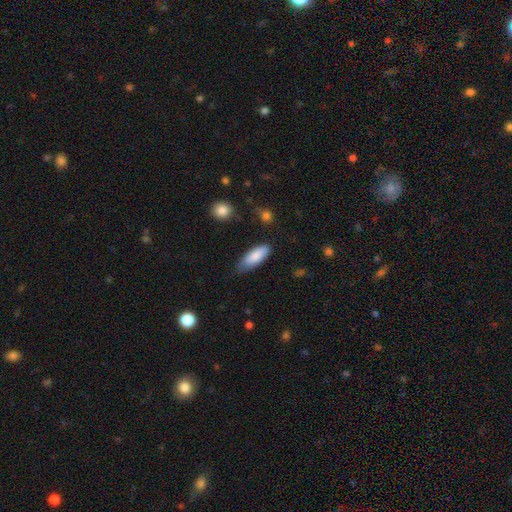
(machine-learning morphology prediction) smooth-or-featured: smooth: 84% | featured or disk: 10% | star or artifact: 6%
  how-rounded: in between: 75% | cigar-shaped: 24% | round: 2%
  merging: none: 63% | minor disturbance: 29% | major disturbance: 6% | merger: 2%